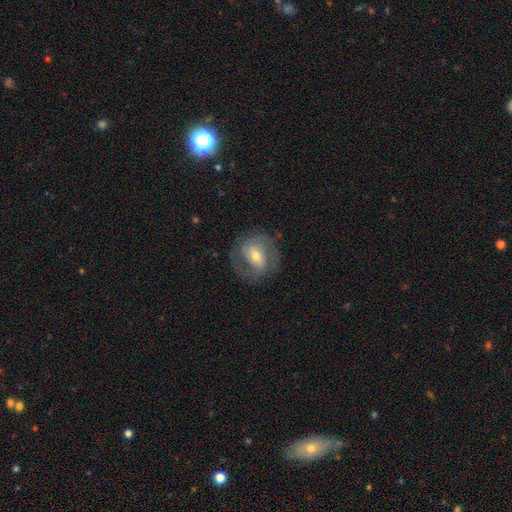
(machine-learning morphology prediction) smooth-or-featured: featured or disk: 71% | smooth: 22% | star or artifact: 7%
  disk-edge-on: no: 96% | yes: 4%
    bar: weak: 42% | no: 30% | strong: 29%
    has-spiral-arms: yes: 83% | no: 17%
      spiral-winding: medium: 46% | tight: 35% | loose: 19%
      spiral-arm-count: 2: 71% | can't tell: 15% | 1: 6% | 3: 5% | 4: 2% | more than 4: 1%
    bulge-size: moderate: 55% | small: 39% | large: 4% | none: 1% | dominant: 1%
  merging: none: 71% | minor disturbance: 16% | major disturbance: 11% | merger: 1%